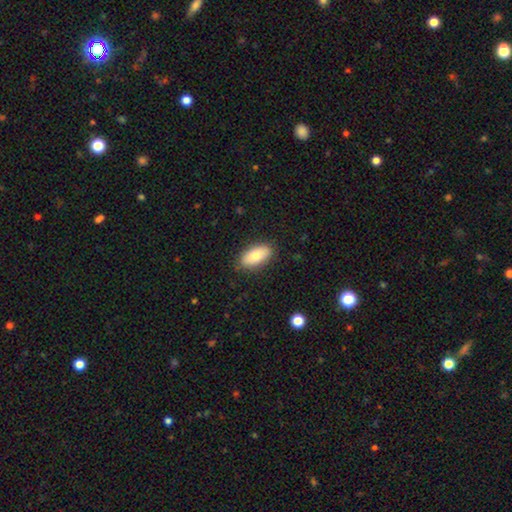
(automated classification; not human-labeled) The model was most divided on "smooth or featured": smooth: 77%, featured or disk: 16%, star or artifact: 7%. More confident: how rounded — in between (91%); merging — none (86%).